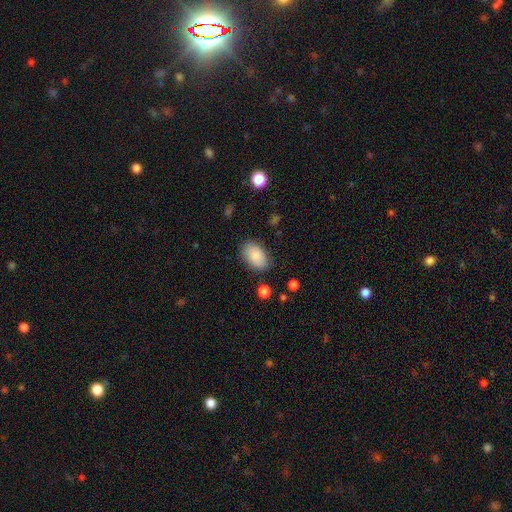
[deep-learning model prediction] The model was most divided on "merging": none: 82%, minor disturbance: 12%, major disturbance: 3%, merger: 2%. More confident: how rounded — in between (89%); smooth or featured — smooth (87%).